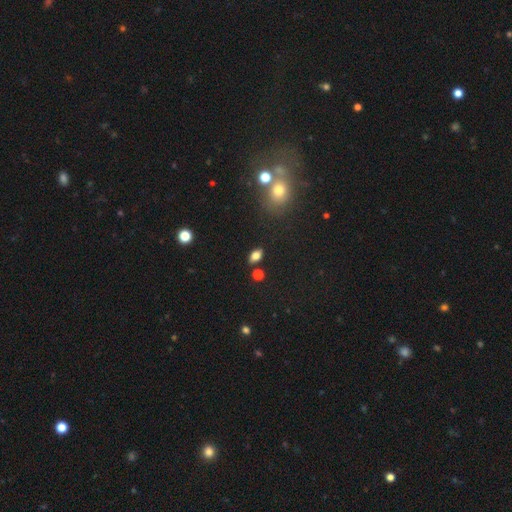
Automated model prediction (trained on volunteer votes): The model was most divided on "smooth or featured": smooth: 78%, star or artifact: 12%, featured or disk: 10%. More confident: how rounded — in between (86%); merging — none (82%).